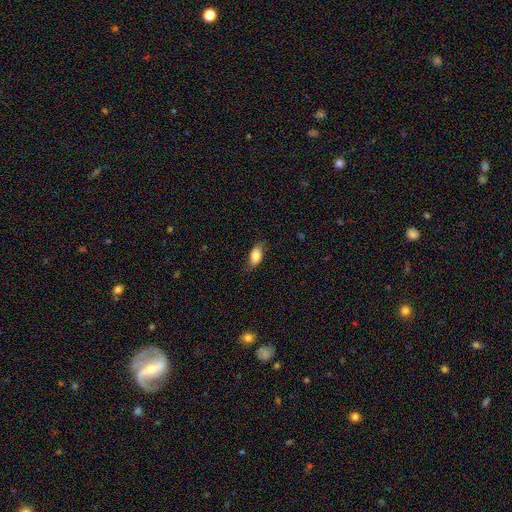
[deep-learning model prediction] smooth-or-featured: smooth: 77% | featured or disk: 15% | star or artifact: 7%
  how-rounded: in between: 88% | cigar-shaped: 7% | round: 5%
  merging: none: 70% | minor disturbance: 23% | major disturbance: 6% | merger: 1%